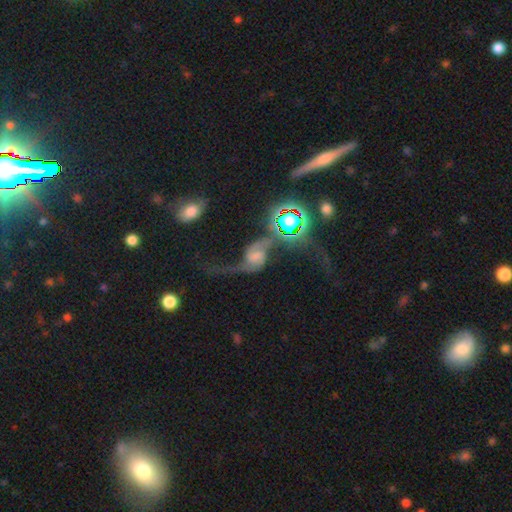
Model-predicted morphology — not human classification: Smooth or featured?
  - featured or disk: 78% *
  - star or artifact: 12%
  - smooth: 10%
Edge-on disk?
  - no: 93% *
  - yes: 7%
Bar?
  - no: 55% *
  - weak: 32%
  - strong: 13%
Spiral arms?
  - yes: 93% *
  - no: 7%
Spiral winding?
  - loose: 88% *
  - medium: 9%
  - tight: 3%
Spiral arm count?
  - 2: 90% *
  - 1: 5%
  - can't tell: 2%
  - 3: 1%
  - 4: 1%
  - more than 4: 1%
Bulge size?
  - moderate: 28% *
  - small: 26%
  - none: 25%
  - large: 16%
  - dominant: 6%
Merging?
  - none: 42% *
  - major disturbance: 28%
  - minor disturbance: 16%
  - merger: 13%